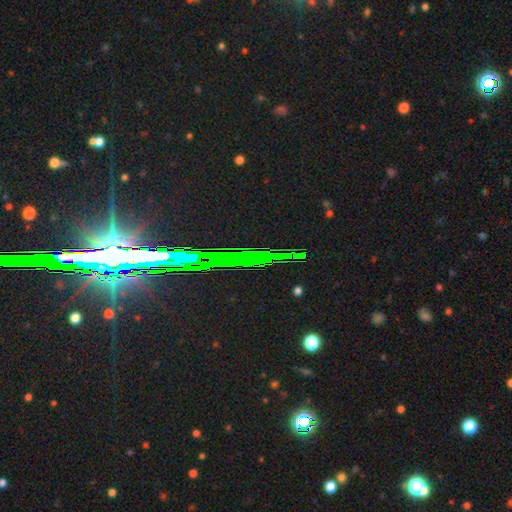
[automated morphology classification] Smooth or featured: star or artifact — 80% (featured or disk — 11%)